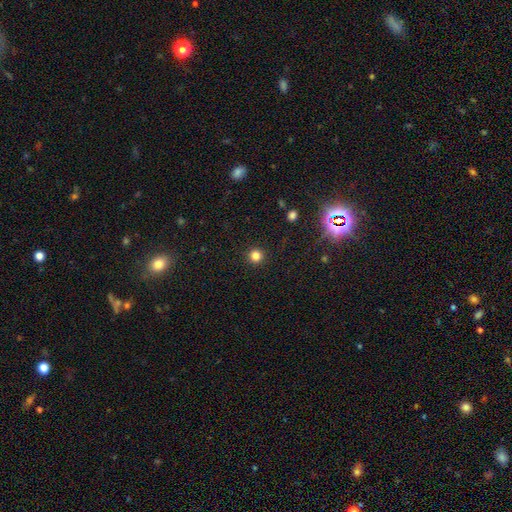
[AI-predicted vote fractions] A smooth galaxy with no disk features (81%) that is round (95%).

Vote fractions:
- Smooth or featured? smooth: 81% / star or artifact: 14% / featured or disk: 5%
- How rounded? round: 95% / in between: 4% / cigar-shaped: 1%
- Merging? none: 92% / minor disturbance: 5% / major disturbance: 2% / merger: 1%